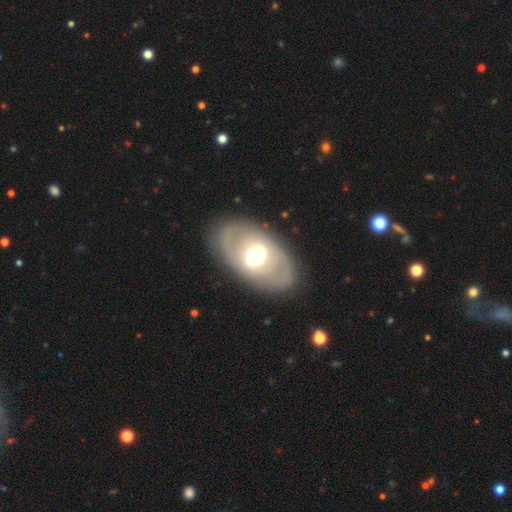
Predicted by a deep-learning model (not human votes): featured or disk 60%, smooth 33%, star or artifact 7%. Down the decision tree: edge-on disk — no (90%); bar — no (40%); spiral arms — no (68%); bulge size — moderate (54%); merging — none (81%).